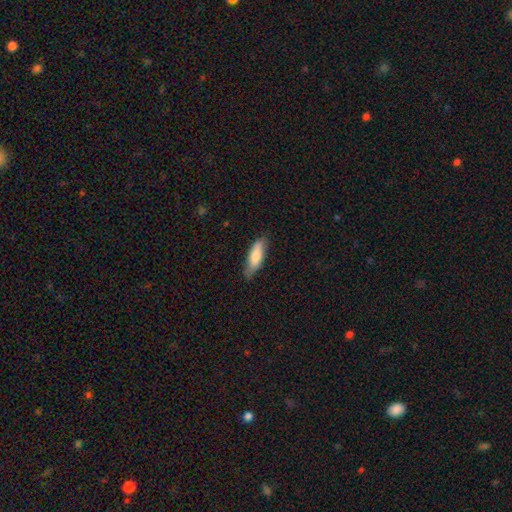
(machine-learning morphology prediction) smooth_or_featured: smooth (p=0.75) [alt: featured or disk p=0.20]
how_rounded: in between (p=0.51) [alt: cigar-shaped p=0.47]
merging: none (p=0.76) [alt: minor disturbance p=0.20]